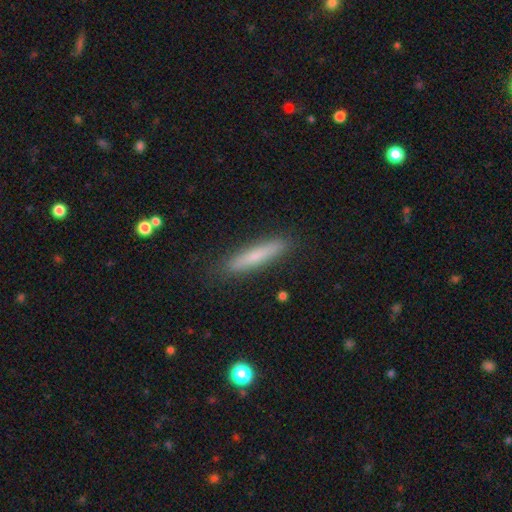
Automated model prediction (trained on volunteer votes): Morphology: type=smooth (69%); roundness=cigar-shaped (91%); merging=none (89%).